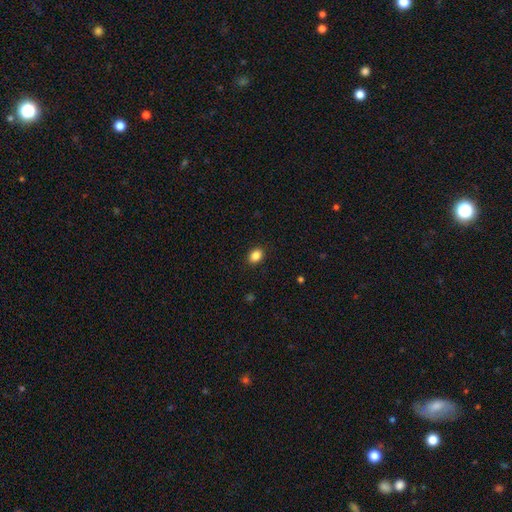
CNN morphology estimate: A smooth galaxy with no disk features (86%) that is in between round and cigar-shaped (59%).

Vote fractions:
- Smooth or featured? smooth: 86% / star or artifact: 10% / featured or disk: 4%
- How rounded? in between: 59% / round: 40% / cigar-shaped: 1%
- Merging? none: 90% / minor disturbance: 7% / major disturbance: 2% / merger: 1%